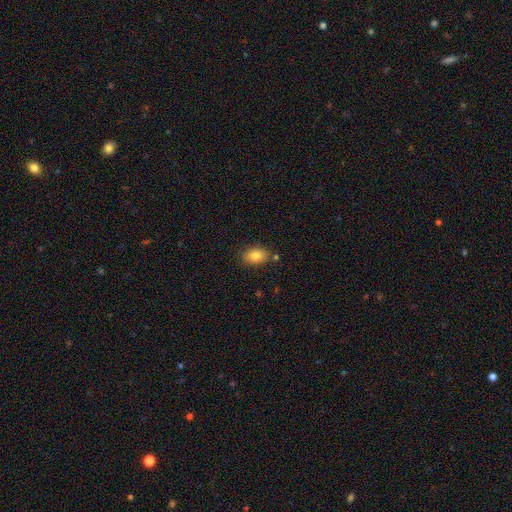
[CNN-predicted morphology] A smooth galaxy with no disk features (82%) that is in between round and cigar-shaped (79%).

Vote fractions:
- Smooth or featured? smooth: 82% / featured or disk: 9% / star or artifact: 9%
- How rounded? in between: 79% / round: 19% / cigar-shaped: 2%
- Merging? none: 81% / minor disturbance: 12% / merger: 4% / major disturbance: 3%